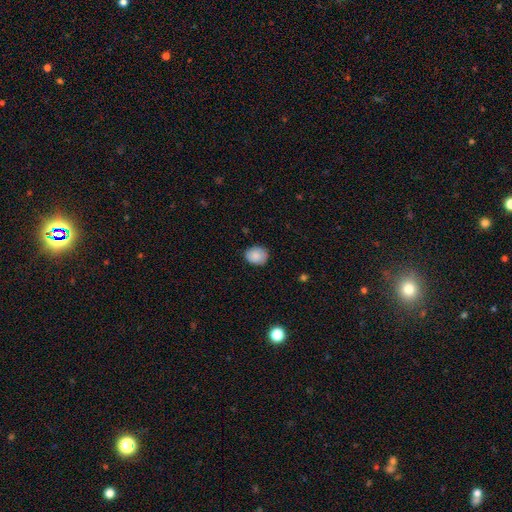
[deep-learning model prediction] smooth-or-featured: smooth: 87% | star or artifact: 8% | featured or disk: 5%
  how-rounded: round: 54% | in between: 45% | cigar-shaped: 1%
  merging: none: 82% | minor disturbance: 14% | major disturbance: 3% | merger: 1%